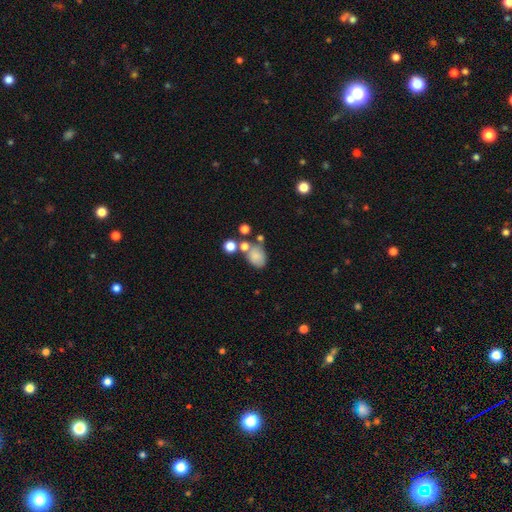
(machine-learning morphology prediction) A smooth galaxy with no disk features (76%) that is in between round and cigar-shaped (70%).

Vote fractions:
- Smooth or featured? smooth: 76% / featured or disk: 13% / star or artifact: 11%
- How rounded? in between: 70% / round: 29% / cigar-shaped: 1%
- Merging? none: 44% / merger: 26% / minor disturbance: 20% / major disturbance: 10%